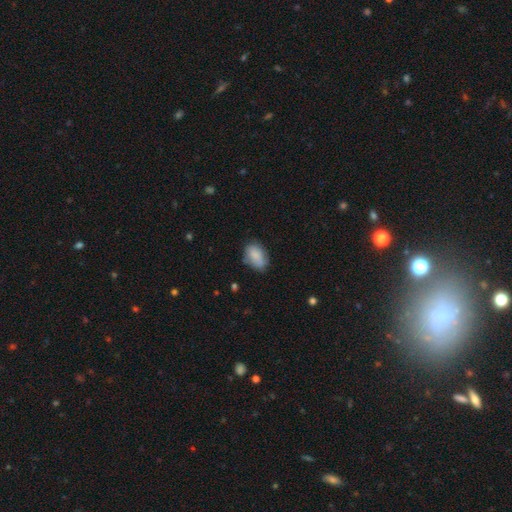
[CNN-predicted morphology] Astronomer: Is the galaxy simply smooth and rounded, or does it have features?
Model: smooth — 79%.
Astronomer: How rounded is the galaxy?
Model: in between — 86%.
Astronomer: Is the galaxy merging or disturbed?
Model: none — 57%.